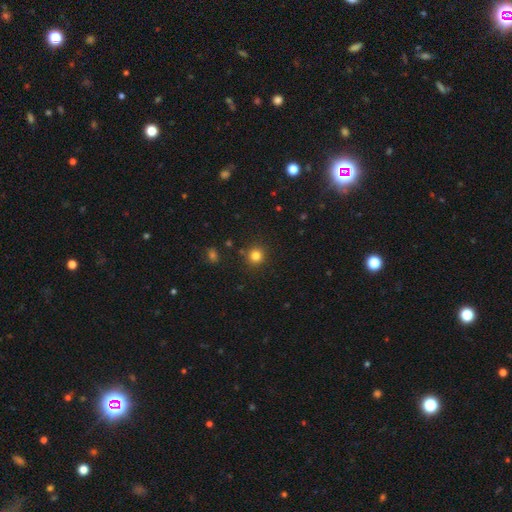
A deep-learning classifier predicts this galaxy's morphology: Q: Smooth or featured?
A: smooth (81%); runner-up: star or artifact (14%)
Q: How rounded?
A: round (92%); runner-up: in between (7%)
Q: Merging?
A: none (89%); runner-up: minor disturbance (6%)